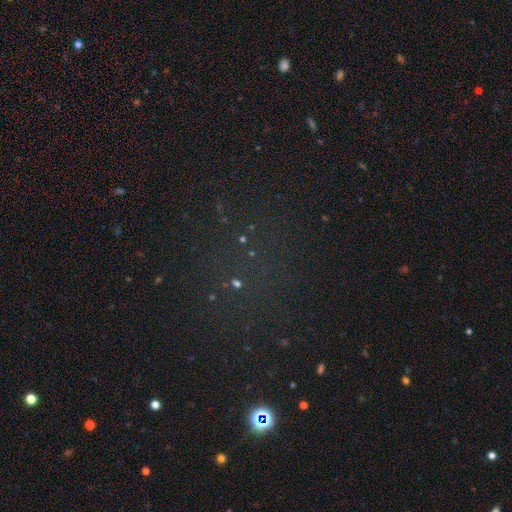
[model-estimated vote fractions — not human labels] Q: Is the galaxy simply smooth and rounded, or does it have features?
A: star or artifact — 65%.